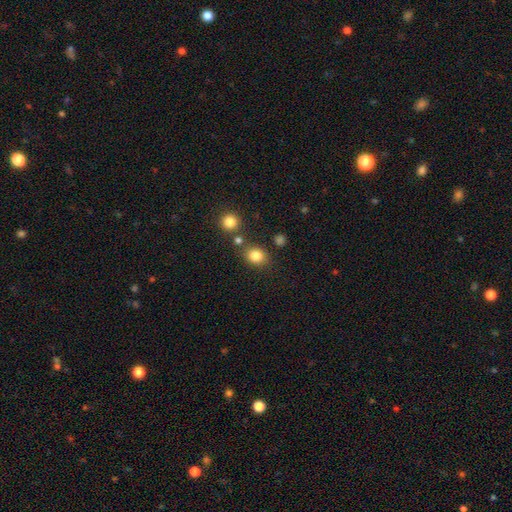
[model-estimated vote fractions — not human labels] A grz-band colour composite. It shows a smooth galaxy with no disk features (83%) that is round (61%). Merging: none (76%).